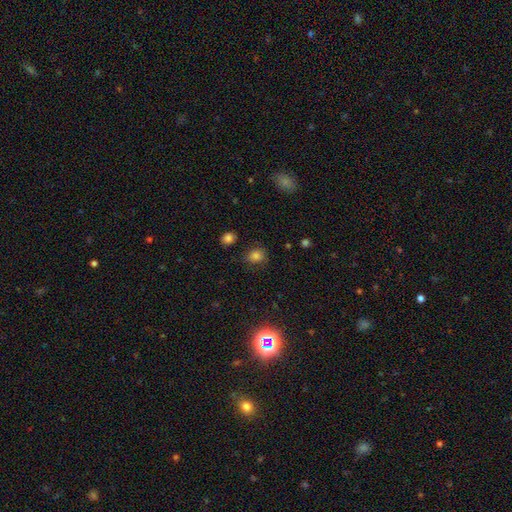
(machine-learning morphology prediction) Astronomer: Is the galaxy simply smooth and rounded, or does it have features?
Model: smooth — 79%.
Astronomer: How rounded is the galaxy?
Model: round — 63%.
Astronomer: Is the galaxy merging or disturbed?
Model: none — 75%.